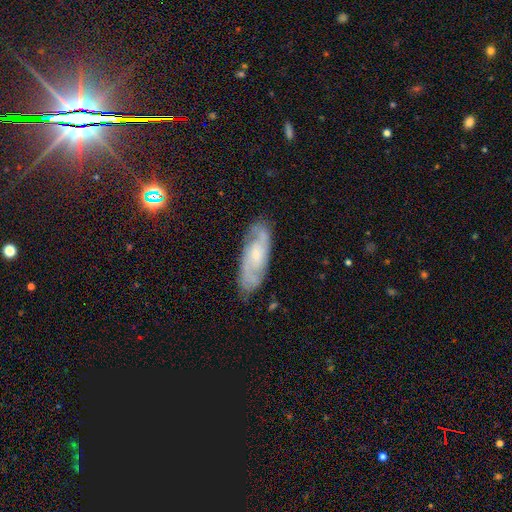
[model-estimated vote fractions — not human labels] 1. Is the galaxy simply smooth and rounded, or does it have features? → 78% featured or disk, 15% smooth, 7% star or artifact.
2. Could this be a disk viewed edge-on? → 89% no, 11% yes.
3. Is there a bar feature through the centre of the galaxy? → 56% no, 36% weak, 7% strong.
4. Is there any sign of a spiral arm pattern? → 94% yes, 6% no.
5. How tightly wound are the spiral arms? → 45% tight, 44% medium, 11% loose.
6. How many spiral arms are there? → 60% 2, 21% can't tell, 11% 3, 3% 4, 3% 1, 2% more than 4.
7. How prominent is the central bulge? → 64% small, 27% moderate, 6% none, 2% large, 1% dominant.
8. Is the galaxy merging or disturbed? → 78% none, 17% minor disturbance, 4% major disturbance, 1% merger.